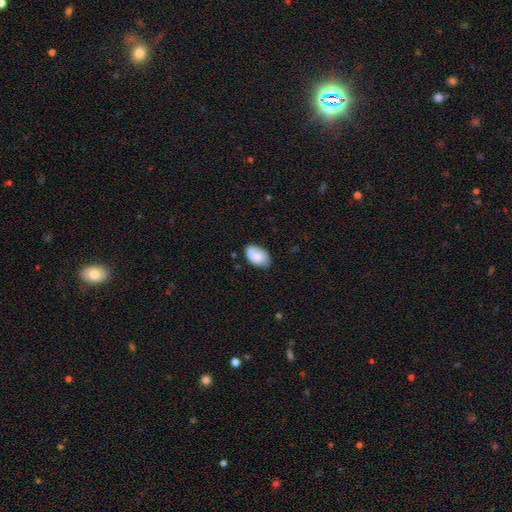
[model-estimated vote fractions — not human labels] This appears to be a smooth galaxy with no disk features (72%) that is in between round and cigar-shaped (92%). Merging: none (69%).